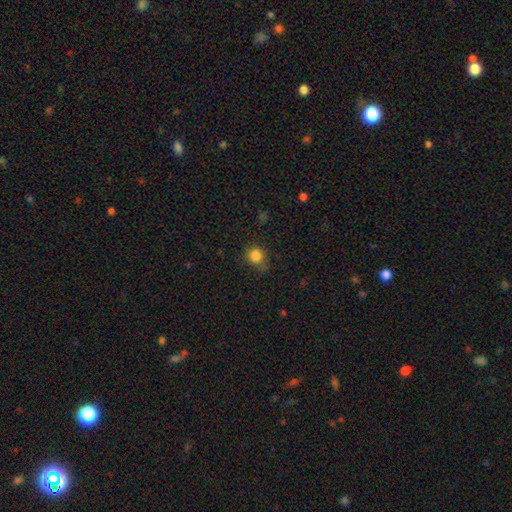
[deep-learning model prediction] The model was most divided on "merging": none: 74%, minor disturbance: 20%, major disturbance: 5%, merger: 2%. More confident: how rounded — round (85%); smooth or featured — smooth (83%).